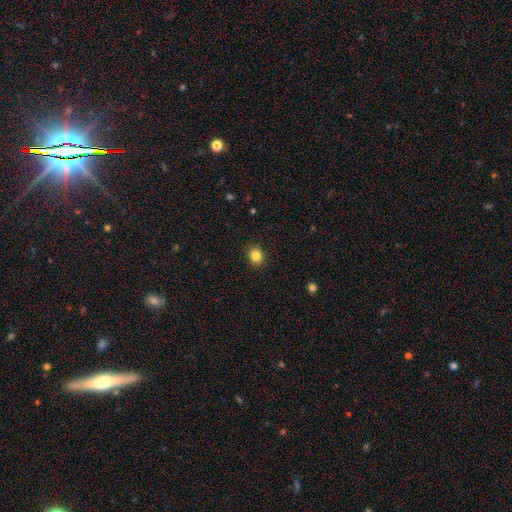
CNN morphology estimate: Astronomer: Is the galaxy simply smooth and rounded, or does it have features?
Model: smooth — 84%.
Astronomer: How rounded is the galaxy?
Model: round — 74%.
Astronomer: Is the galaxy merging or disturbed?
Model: none — 91%.